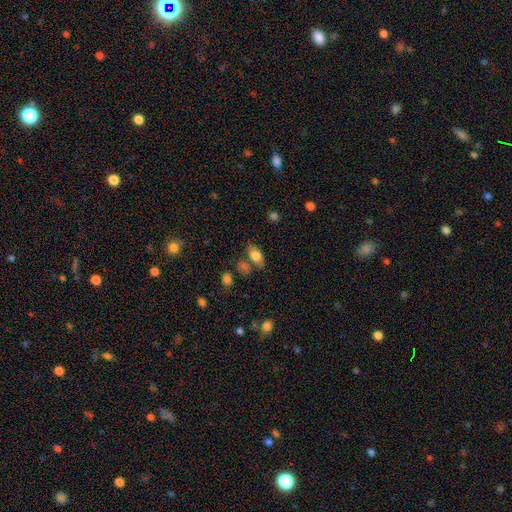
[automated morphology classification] Smooth or featured? smooth (75%)
How rounded? in between (84%)
Merging? none (66%)